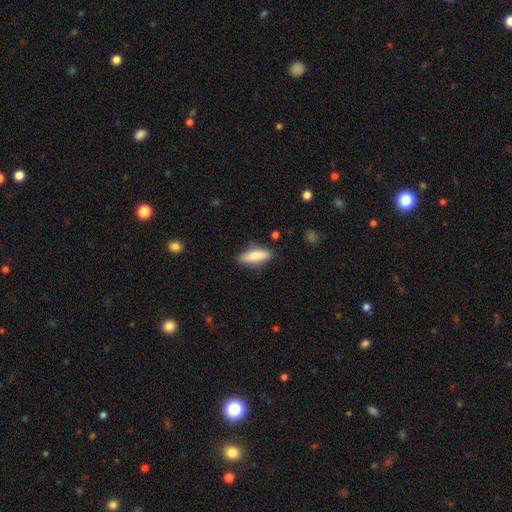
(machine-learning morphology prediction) Smooth or featured?
  - smooth: 80% *
  - featured or disk: 14%
  - star or artifact: 6%
How rounded?
  - in between: 60% *
  - cigar-shaped: 38%
  - round: 2%
Merging?
  - none: 83% *
  - minor disturbance: 13%
  - major disturbance: 3%
  - merger: 2%